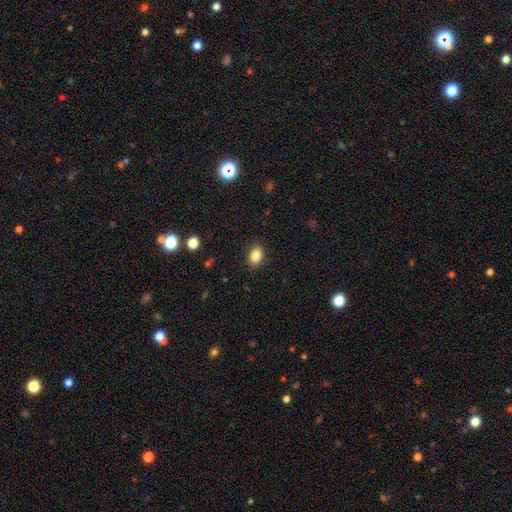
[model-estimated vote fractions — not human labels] This appears to be a smooth galaxy with no disk features (85%) that is in between round and cigar-shaped (82%). Merging: none (89%).